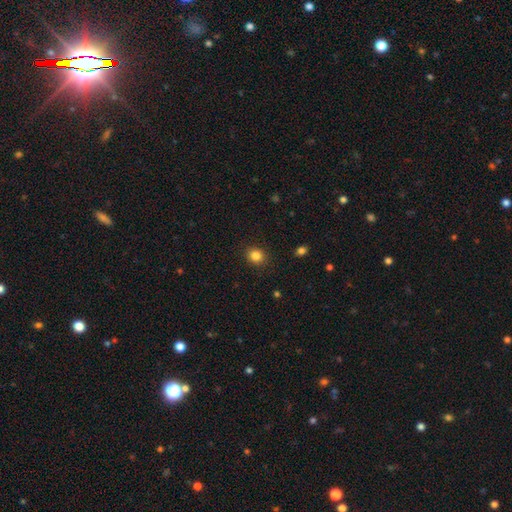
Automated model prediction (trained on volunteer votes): A smooth galaxy with no disk features (84%) that is round (71%). Merging: none (88%).